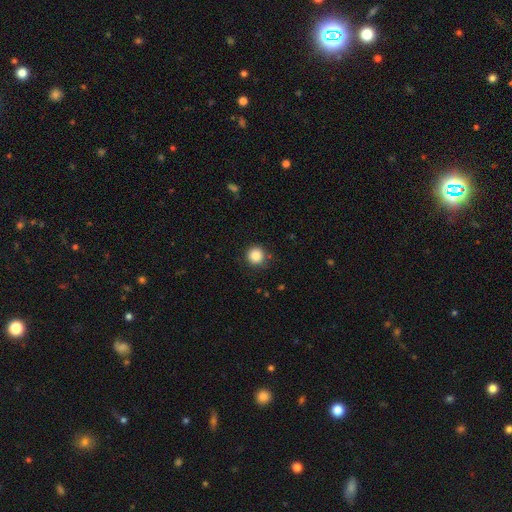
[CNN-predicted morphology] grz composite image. It shows a smooth galaxy with no disk features (85%) that is round (95%). Merging: none (87%).